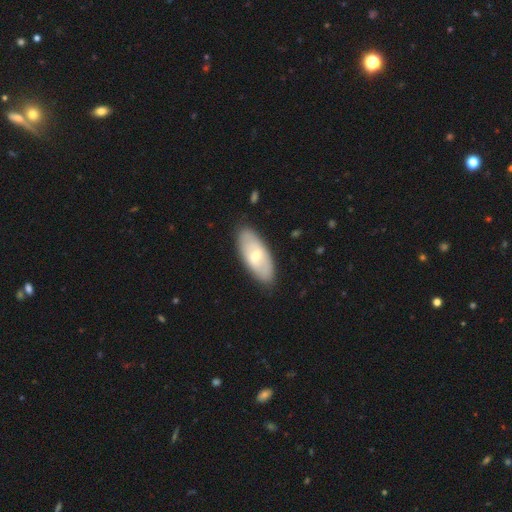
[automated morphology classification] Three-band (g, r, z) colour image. It shows a smooth galaxy with no disk features (51%) that is in between round and cigar-shaped (84%). Merging: none (85%).